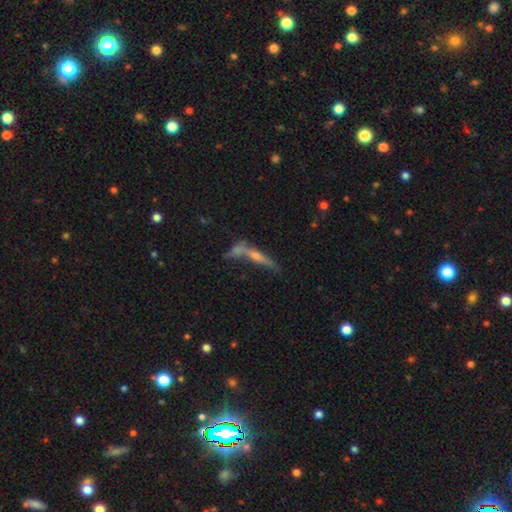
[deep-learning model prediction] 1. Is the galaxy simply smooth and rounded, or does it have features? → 60% featured or disk, 30% smooth, 10% star or artifact.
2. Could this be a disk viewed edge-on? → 88% yes, 12% no.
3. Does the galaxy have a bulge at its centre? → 73% rounded, 19% none, 8% boxy.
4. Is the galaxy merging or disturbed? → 49% none, 25% merger, 16% minor disturbance, 9% major disturbance.